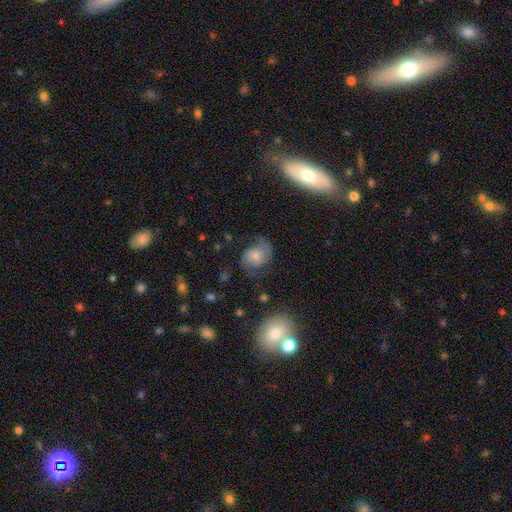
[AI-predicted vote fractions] Smooth or featured? featured or disk (54%)
Edge-on disk? no (97%)
Bar? no (72%)
Spiral arms? yes (88%)
Bulge size? moderate (43%)
Merging? none (55%)